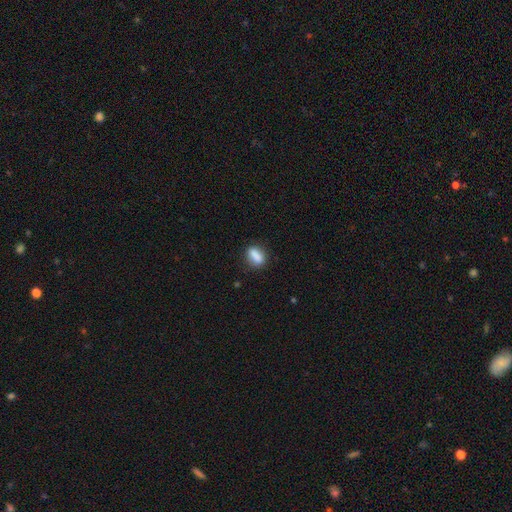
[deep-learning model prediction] smooth 84%, star or artifact 8%, featured or disk 8%. Down the decision tree: how rounded — in between (71%); merging — none (82%).